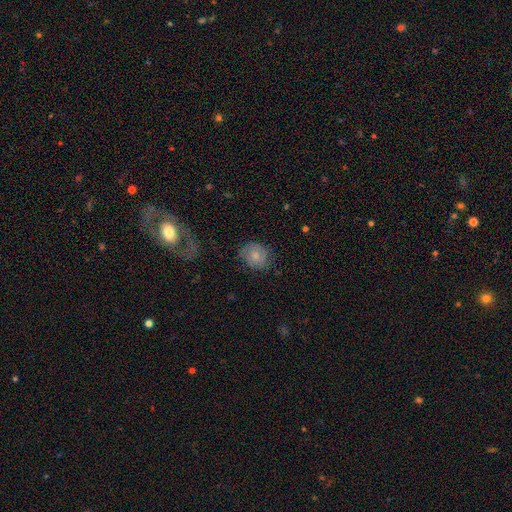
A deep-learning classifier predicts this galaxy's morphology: Smooth or featured? Predicted: smooth (p=0.63). How rounded? Predicted: round (p=0.72). Merging? Predicted: none (p=0.71).